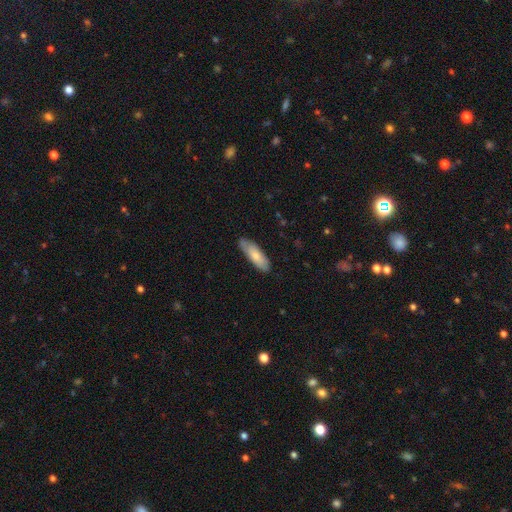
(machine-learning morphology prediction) Q: Smooth or featured?
A: smooth (75%); runner-up: featured or disk (19%)
Q: How rounded?
A: in between (54%); runner-up: cigar-shaped (44%)
Q: Merging?
A: none (79%); runner-up: minor disturbance (17%)